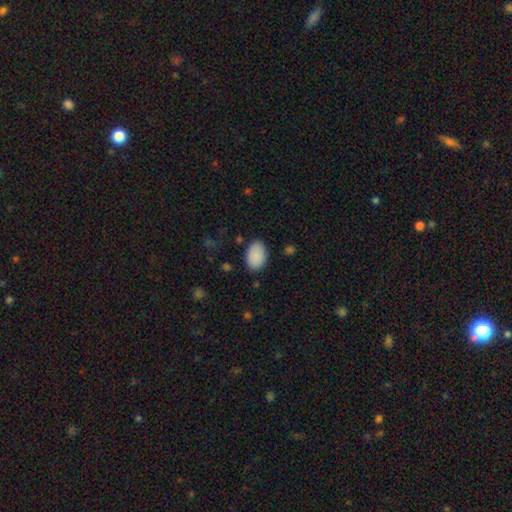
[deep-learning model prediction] The model was most divided on "merging": none: 83%, minor disturbance: 13%, major disturbance: 3%, merger: 1%. More confident: how rounded — in between (90%); smooth or featured — smooth (90%).